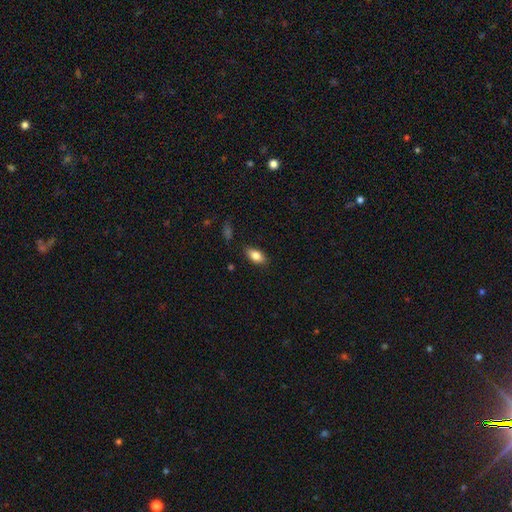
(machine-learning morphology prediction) Smooth or featured: smooth — 82% (featured or disk — 11%)
How rounded: in between — 89% (cigar-shaped — 6%)
Merging: none — 85% (minor disturbance — 11%)